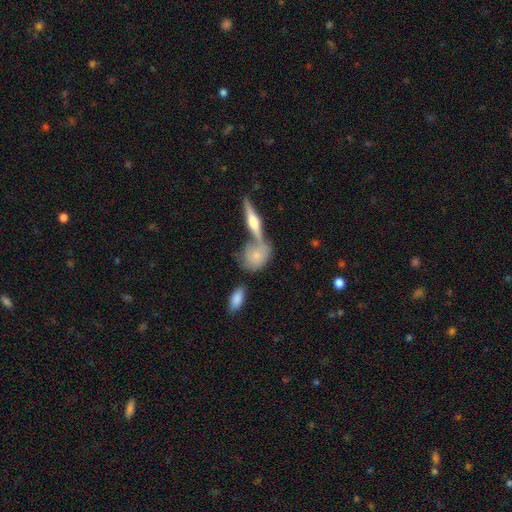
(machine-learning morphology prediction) Smooth or featured?
  - smooth: 64% *
  - featured or disk: 29%
  - star or artifact: 7%
How rounded?
  - in between: 54% *
  - round: 38%
  - cigar-shaped: 8%
Merging?
  - none: 43% *
  - merger: 32%
  - minor disturbance: 17%
  - major disturbance: 7%